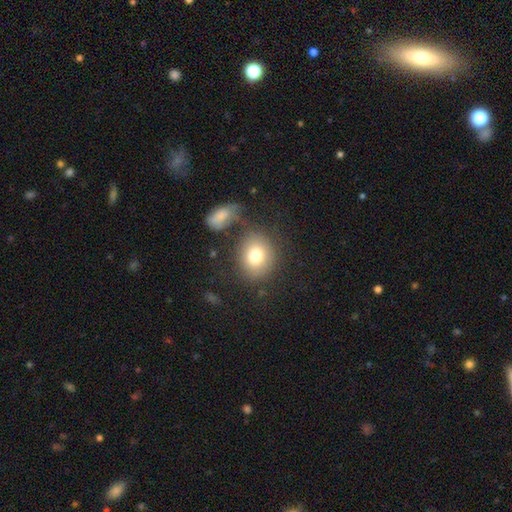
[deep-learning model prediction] Smooth or featured? Predicted: smooth (p=0.78). How rounded? Predicted: round (p=0.66). Merging? Predicted: none (p=0.73).